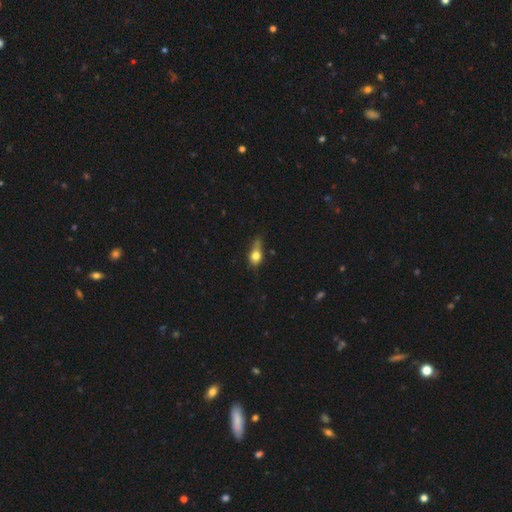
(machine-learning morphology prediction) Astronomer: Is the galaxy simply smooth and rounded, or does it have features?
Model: smooth — 71%.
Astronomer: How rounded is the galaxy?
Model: in between — 64%.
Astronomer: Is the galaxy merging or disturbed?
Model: none — 40% (runner-up: minor disturbance, 39%).